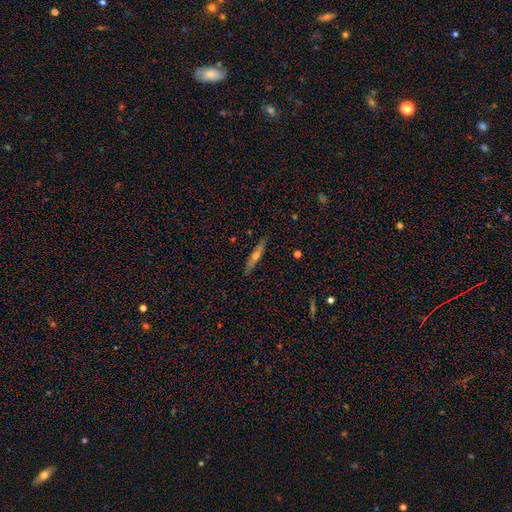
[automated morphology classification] type=featured or disk (58%); edge-on=yes (92%); edge-on bulge=rounded (84%); merging=none (88%).